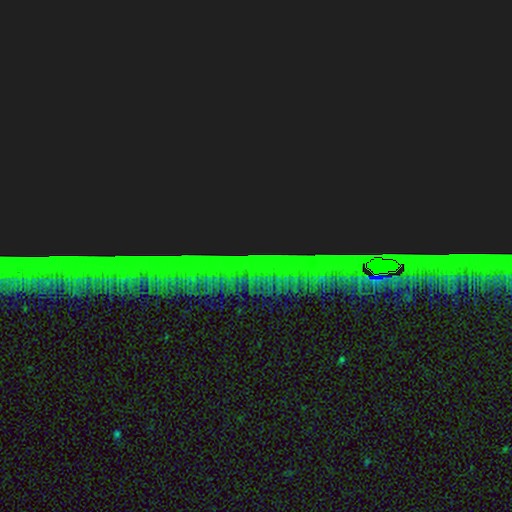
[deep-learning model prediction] smooth_or_featured: star or artifact (p=0.86) [alt: featured or disk p=0.07]